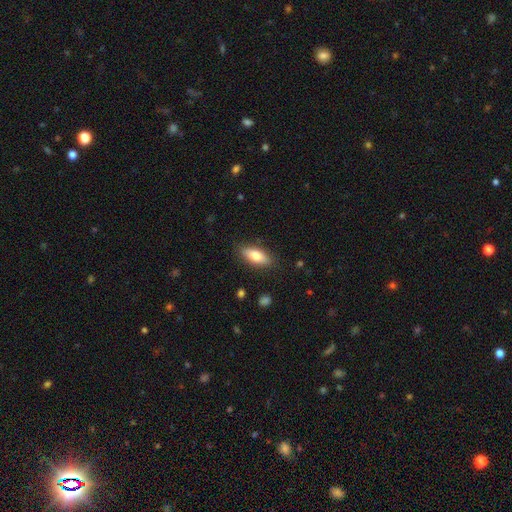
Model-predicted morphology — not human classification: A smooth galaxy with no disk features (75%) that is in between round and cigar-shaped (77%).

Vote fractions:
- Smooth or featured? smooth: 75% / featured or disk: 19% / star or artifact: 6%
- How rounded? in between: 77% / cigar-shaped: 20% / round: 3%
- Merging? none: 86% / minor disturbance: 10% / major disturbance: 2% / merger: 1%